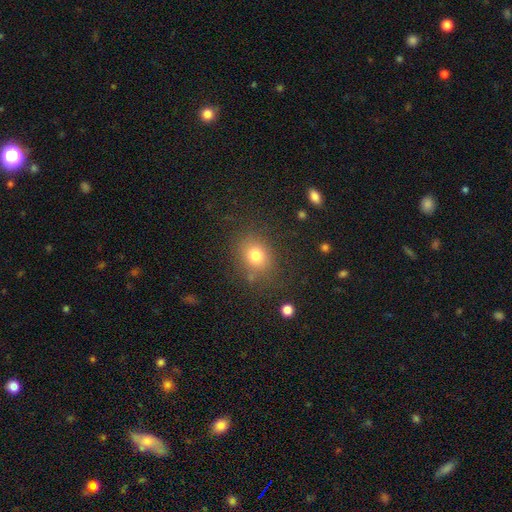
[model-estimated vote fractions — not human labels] Smooth or featured?
  - smooth: 77% *
  - star or artifact: 13%
  - featured or disk: 9%
How rounded?
  - round: 58% *
  - in between: 41%
  - cigar-shaped: 1%
Merging?
  - none: 79% *
  - minor disturbance: 13%
  - major disturbance: 6%
  - merger: 3%